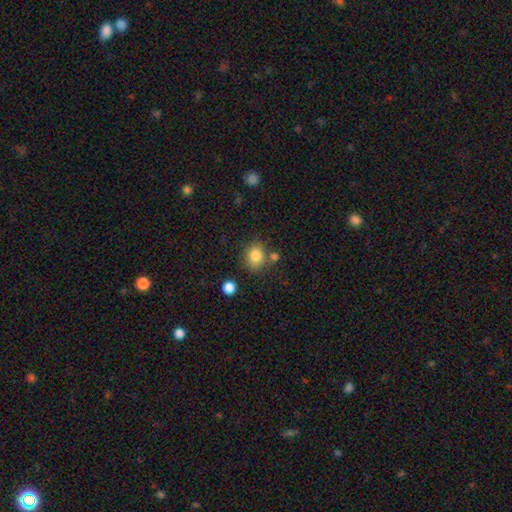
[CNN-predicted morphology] Smooth or featured? Predicted: smooth (p=0.83). How rounded? Predicted: round (p=0.69). Merging? Predicted: none (p=0.72).